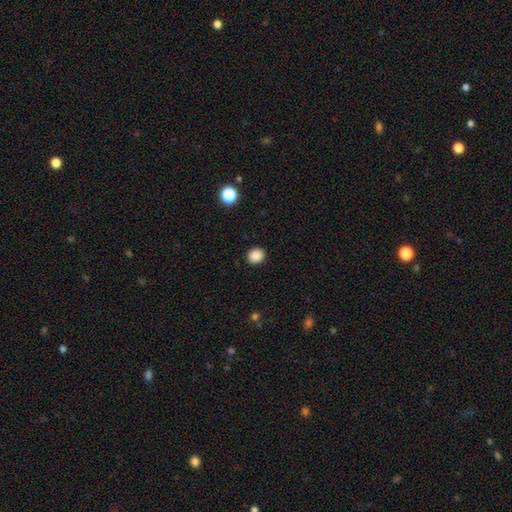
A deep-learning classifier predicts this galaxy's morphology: Smooth or featured?
  - smooth: 88% *
  - star or artifact: 10%
  - featured or disk: 2%
How rounded?
  - round: 79% *
  - in between: 20%
  - cigar-shaped: 1%
Merging?
  - none: 91% *
  - minor disturbance: 6%
  - major disturbance: 2%
  - merger: 1%